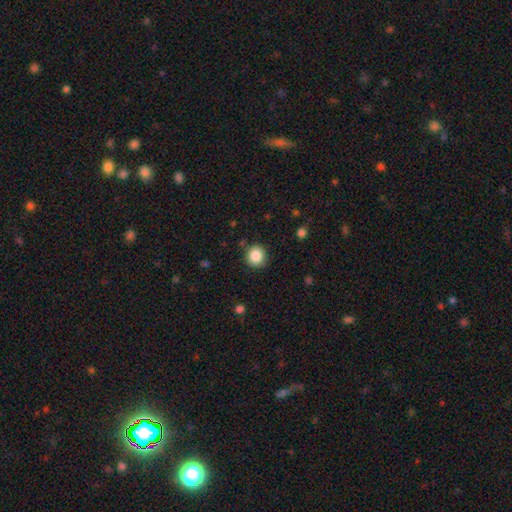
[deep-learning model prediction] A smooth galaxy with no disk features (87%) that is round (87%).

Vote fractions:
- Smooth or featured? smooth: 87% / star or artifact: 9% / featured or disk: 4%
- How rounded? round: 87% / in between: 12% / cigar-shaped: 1%
- Merging? none: 87% / minor disturbance: 8% / major disturbance: 3% / merger: 2%